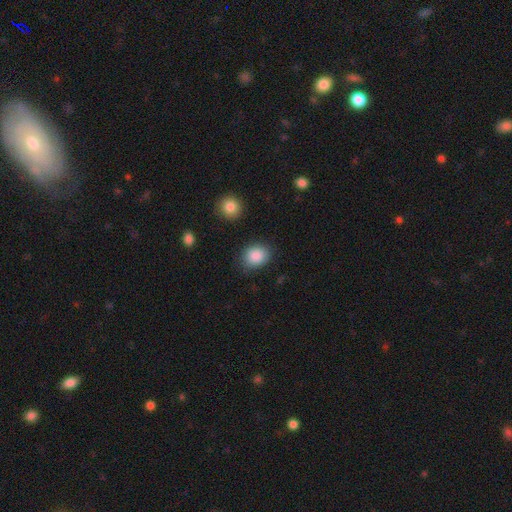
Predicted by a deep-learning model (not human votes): Smooth or featured? smooth (88%)
How rounded? round (51%)
Merging? none (80%)